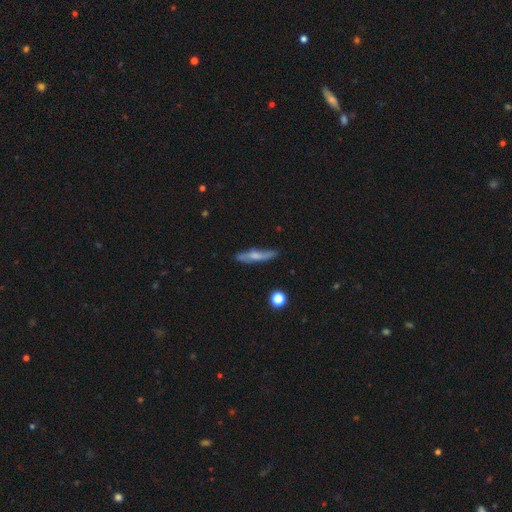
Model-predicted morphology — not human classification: Smooth or featured: smooth — 50% (featured or disk — 43%)
Merging: none — 74% (minor disturbance — 19%)